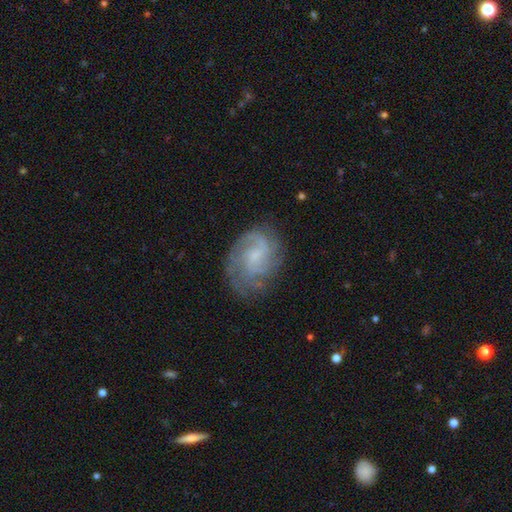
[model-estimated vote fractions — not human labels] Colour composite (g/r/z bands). It shows a featured or disk galaxy (78%) with no bar (52%), 2 (32%) tight (42%, tied with medium) spiral arms (94%) and a small central bulge (59%). Merging: none (68%).